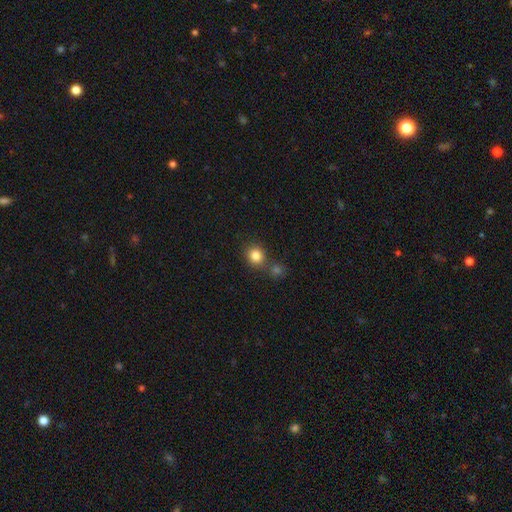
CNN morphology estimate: This appears to be a smooth galaxy with no disk features (83%) that is round (85%). Merging: none (68%).